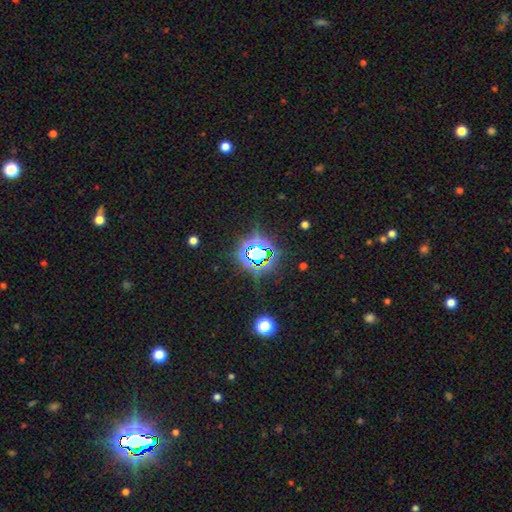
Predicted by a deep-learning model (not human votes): Smooth or featured: star or artifact — 77% (smooth — 13%)